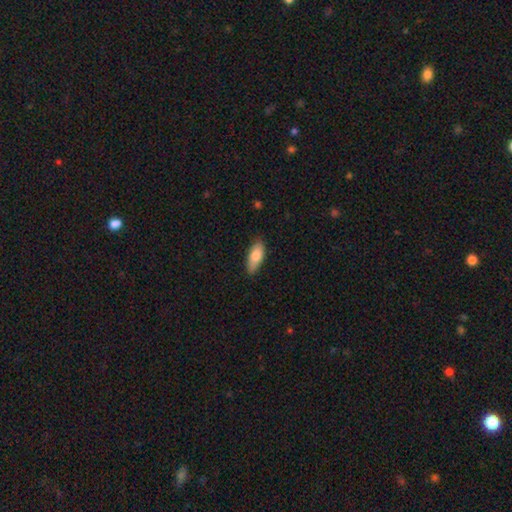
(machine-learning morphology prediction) smooth_or_featured: smooth (p=0.78) [alt: featured or disk p=0.16]
how_rounded: in between (p=0.78) [alt: cigar-shaped p=0.19]
merging: none (p=0.80) [alt: minor disturbance p=0.16]